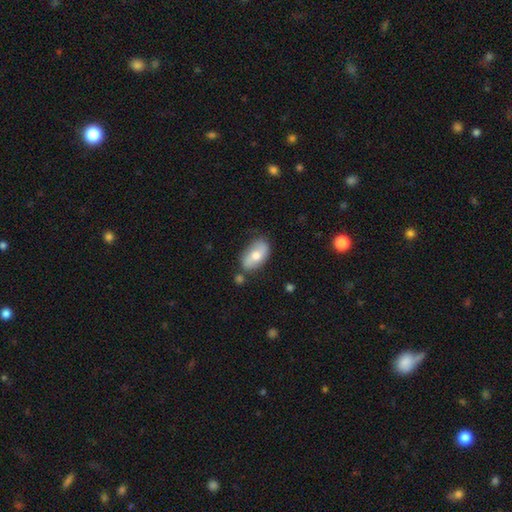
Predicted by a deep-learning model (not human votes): Overall: smooth (61%; featured or disk 32%). How rounded: in between (92%). Merging: none (71%).